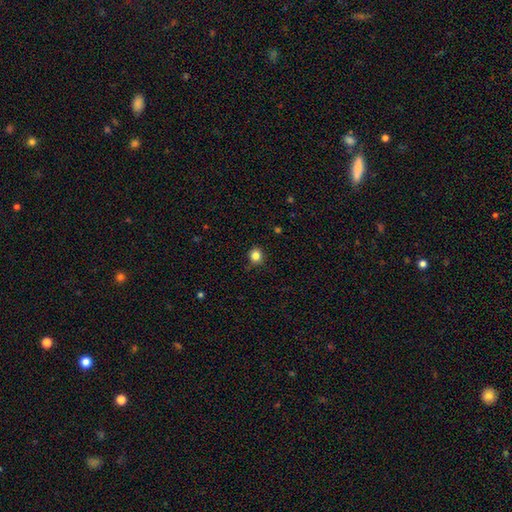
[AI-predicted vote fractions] A smooth galaxy with no disk features (84%) that is round (80%).

Vote fractions:
- Smooth or featured? smooth: 84% / star or artifact: 12% / featured or disk: 5%
- How rounded? round: 80% / in between: 19% / cigar-shaped: 1%
- Merging? none: 88% / minor disturbance: 9% / major disturbance: 2% / merger: 1%